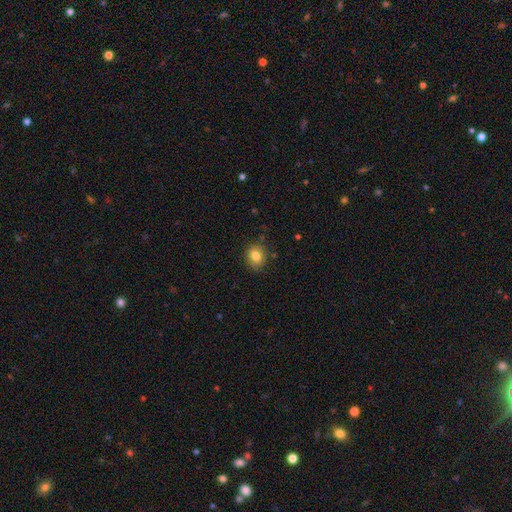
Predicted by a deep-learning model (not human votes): A smooth galaxy with no disk features (82%) that is round (64%). Merging: none (83%).